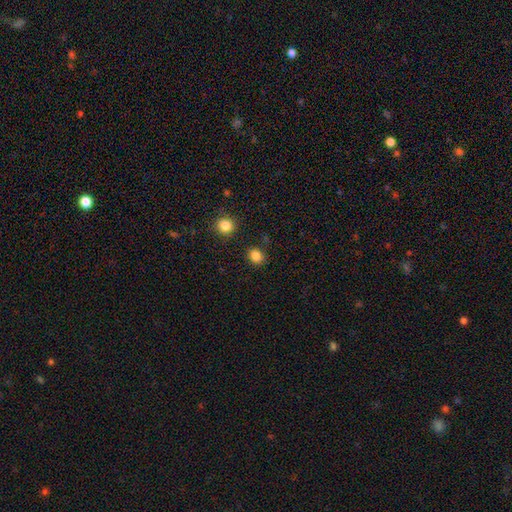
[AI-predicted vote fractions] The model was most divided on "how rounded": round: 66%, in between: 33%, cigar-shaped: 1%. More confident: merging — none (86%); smooth or featured — smooth (84%).